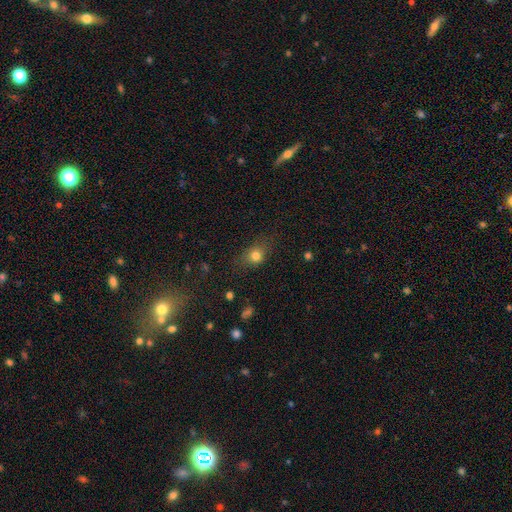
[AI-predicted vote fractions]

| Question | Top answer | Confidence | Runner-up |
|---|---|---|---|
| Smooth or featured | smooth | 77% | star or artifact (13%) |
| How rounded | round | 52% | in between (46%) |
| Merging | none | 70% | minor disturbance (20%) |